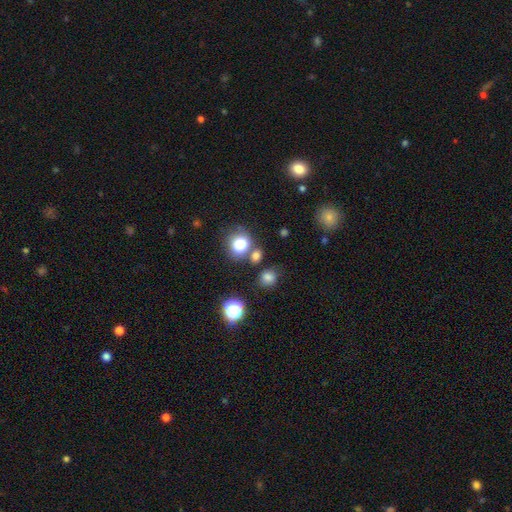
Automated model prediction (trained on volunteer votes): This appears to be a smooth galaxy with no disk features (78%) that is round (75%). Merging: none (60%).